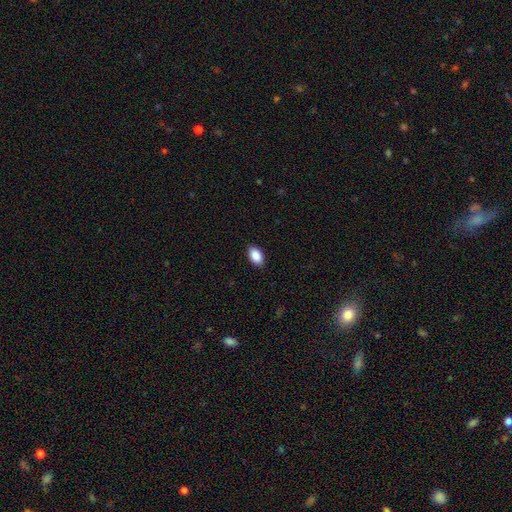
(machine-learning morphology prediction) Q: Smooth or featured?
A: smooth (89%); runner-up: star or artifact (7%)
Q: How rounded?
A: in between (93%); runner-up: round (5%)
Q: Merging?
A: none (88%); runner-up: minor disturbance (9%)